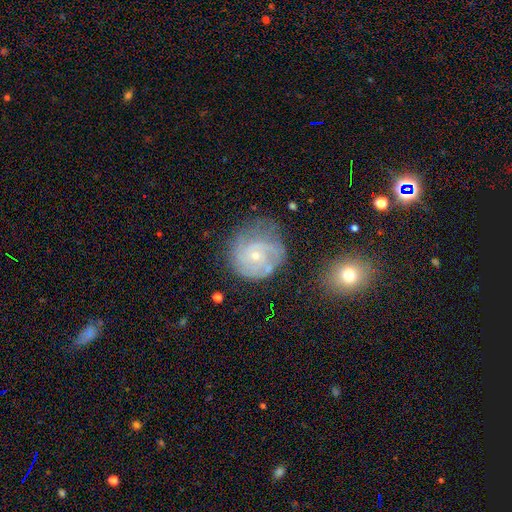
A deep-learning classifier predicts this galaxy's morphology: featured or disk 78%, smooth 15%, star or artifact 7%. Down the decision tree: edge-on disk — no (98%); bar — no (74%); spiral arms — yes (92%); spiral arm count — can't tell (32%); spiral winding — tight (62%); bulge size — small (73%); merging — none (55%).